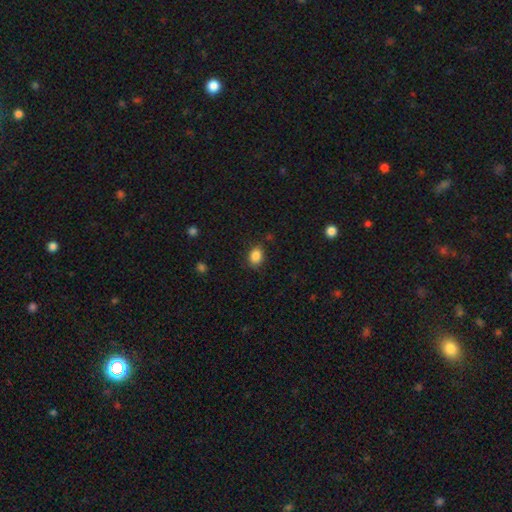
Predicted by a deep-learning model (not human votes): Smooth or featured? smooth (86%)
How rounded? in between (66%)
Merging? none (83%)